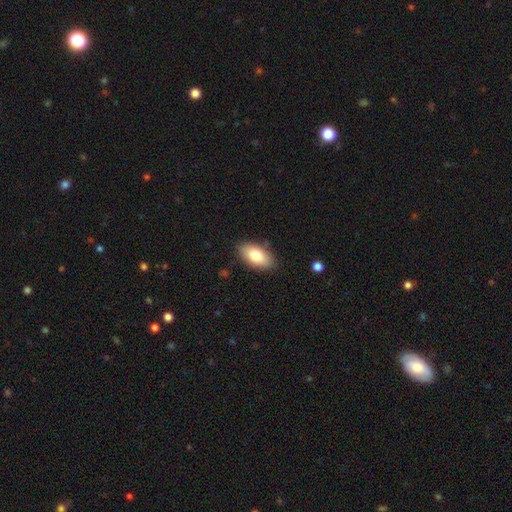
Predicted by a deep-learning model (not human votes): Q: Smooth or featured?
A: smooth (80%); runner-up: featured or disk (13%)
Q: How rounded?
A: in between (93%); runner-up: cigar-shaped (4%)
Q: Merging?
A: none (85%); runner-up: minor disturbance (11%)